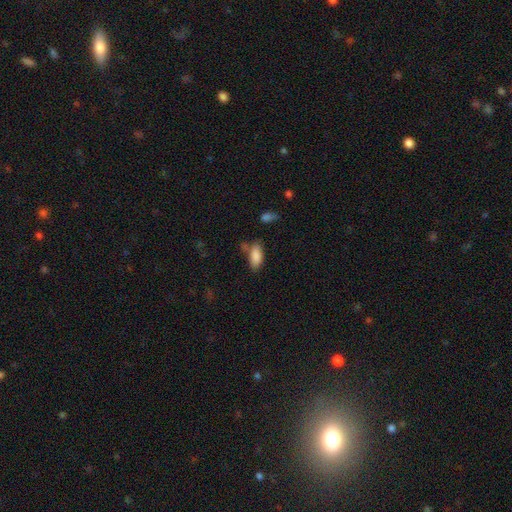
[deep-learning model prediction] smooth-or-featured: smooth: 86% | star or artifact: 8% | featured or disk: 7%
  how-rounded: in between: 87% | cigar-shaped: 11% | round: 2%
  merging: none: 59% | minor disturbance: 22% | merger: 12% | major disturbance: 7%